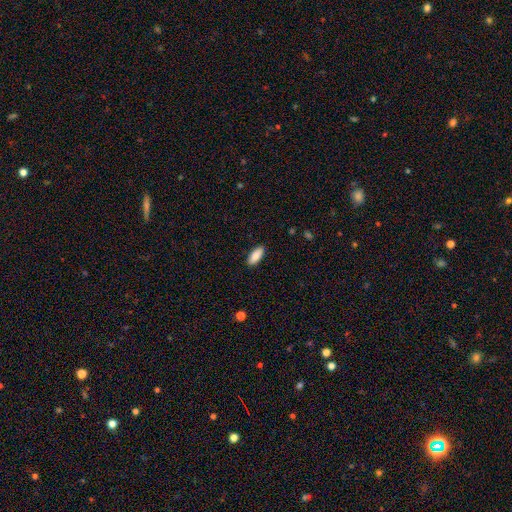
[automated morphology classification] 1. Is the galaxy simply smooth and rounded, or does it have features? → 87% smooth, 7% featured or disk, 6% star or artifact.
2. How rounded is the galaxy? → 82% in between, 17% cigar-shaped, 2% round.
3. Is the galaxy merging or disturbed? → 89% none, 8% minor disturbance, 2% major disturbance, 1% merger.